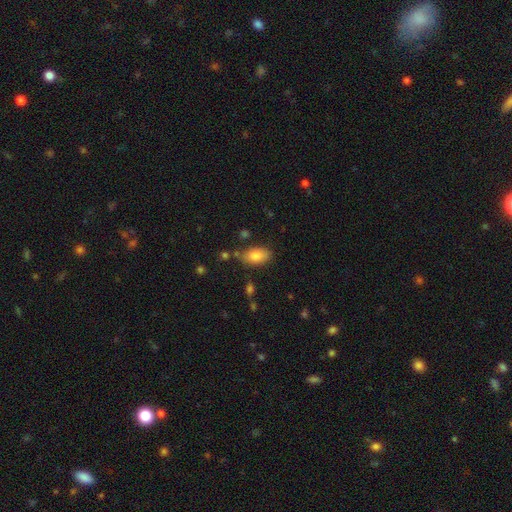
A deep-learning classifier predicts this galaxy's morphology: Smooth or featured: smooth — 84% (featured or disk — 9%)
How rounded: in between — 92% (round — 5%)
Merging: none — 73% (minor disturbance — 18%)